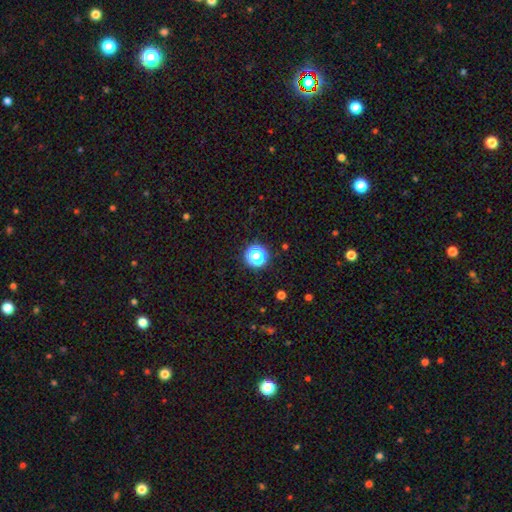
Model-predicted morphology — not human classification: A smooth galaxy with no disk features (62%) that is round (90%).

Vote fractions:
- Smooth or featured? smooth: 62% / star or artifact: 31% / featured or disk: 7%
- How rounded? round: 90% / in between: 9% / cigar-shaped: 1%
- Merging? none: 84% / minor disturbance: 9% / major disturbance: 4% / merger: 3%